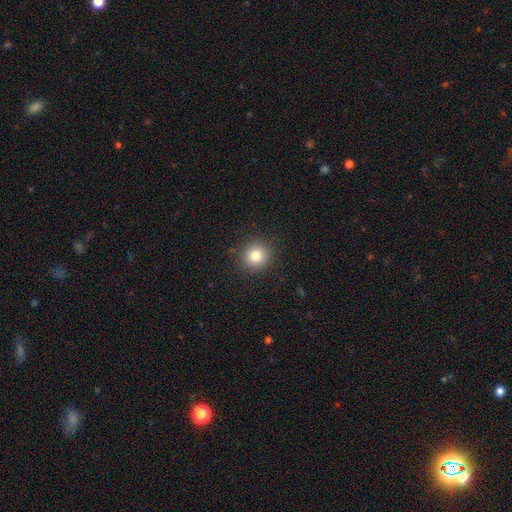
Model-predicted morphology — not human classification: Smooth or featured? smooth (82%)
How rounded? round (90%)
Merging? none (90%)